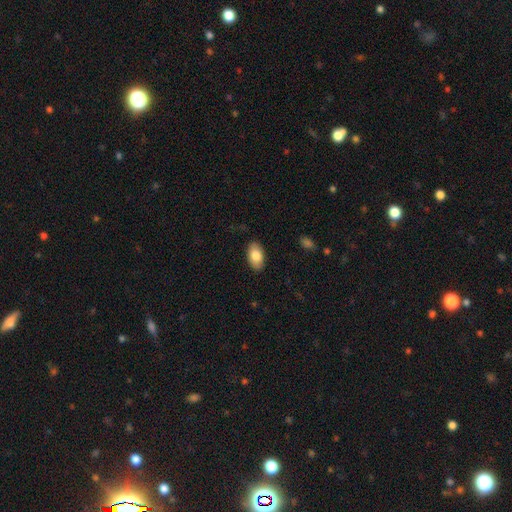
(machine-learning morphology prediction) This is clearly a smooth galaxy (81%). How rounded: clearly in between (94%). Merging: clearly none (88%).